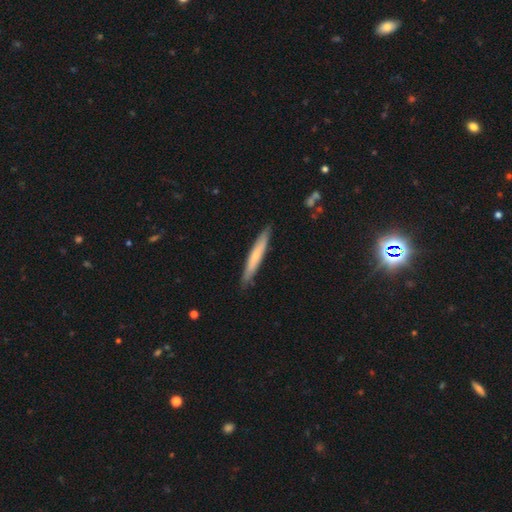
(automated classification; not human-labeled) smooth 57%, featured or disk 38%, star or artifact 5%. Down the decision tree: how rounded — cigar-shaped (94%); merging — none (88%).